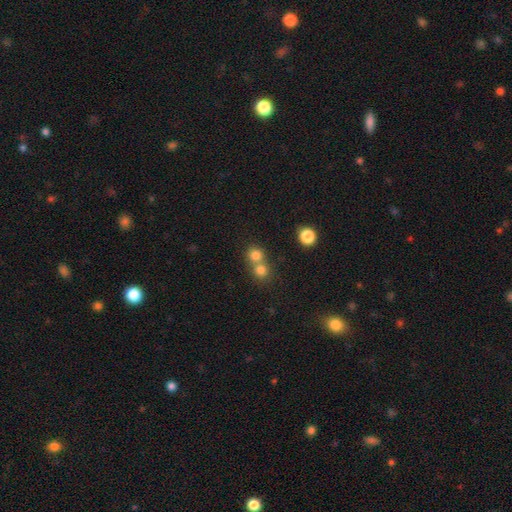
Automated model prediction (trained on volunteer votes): Morphology: type=smooth (78%); roundness=round (87%); merging=merger (47%).